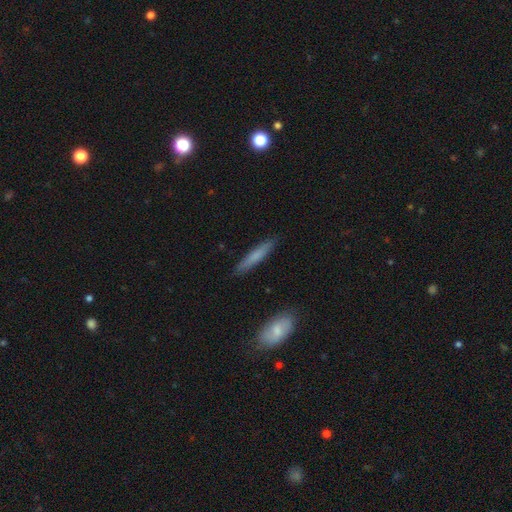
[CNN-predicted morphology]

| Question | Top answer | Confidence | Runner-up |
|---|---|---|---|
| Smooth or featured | smooth | 68% | featured or disk (26%) |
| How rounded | cigar-shaped | 92% | in between (7%) |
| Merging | none | 89% | minor disturbance (8%) |